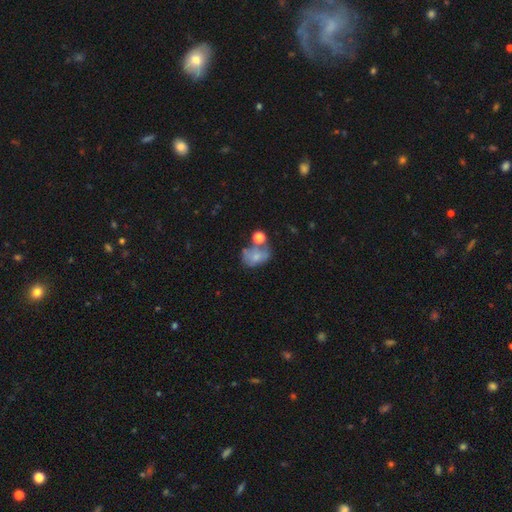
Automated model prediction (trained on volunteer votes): Smooth or featured: smooth — 60% (featured or disk — 27%)
How rounded: in between — 67% (round — 31%)
Merging: none — 30% (merger — 28%)